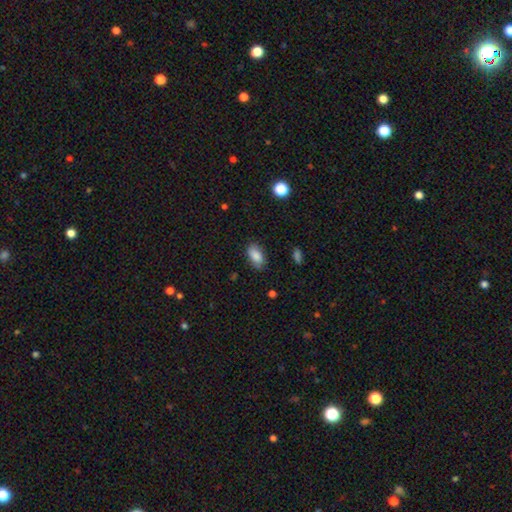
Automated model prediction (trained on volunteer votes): Smooth or featured? smooth (85%)
How rounded? in between (93%)
Merging? none (81%)